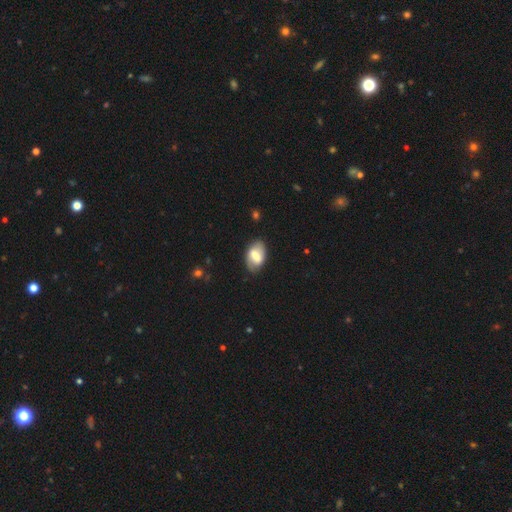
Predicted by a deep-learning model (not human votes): Q: Smooth or featured?
A: smooth (54%); runner-up: featured or disk (39%)
Q: How rounded?
A: in between (90%); runner-up: round (7%)
Q: Merging?
A: none (78%); runner-up: minor disturbance (16%)